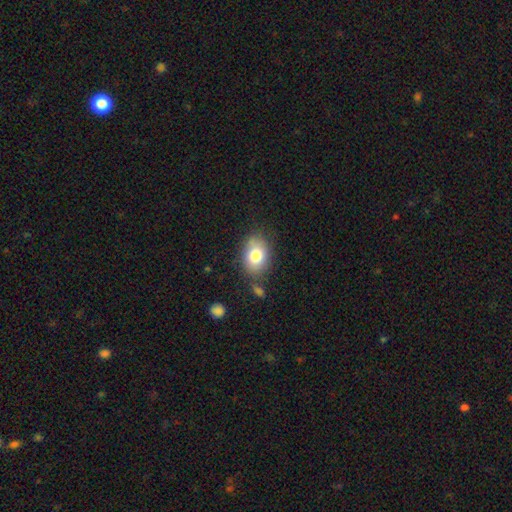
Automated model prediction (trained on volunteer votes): Smooth or featured? Predicted: smooth (p=0.79). How rounded? Predicted: in between (p=0.73). Merging? Predicted: none (p=0.72).